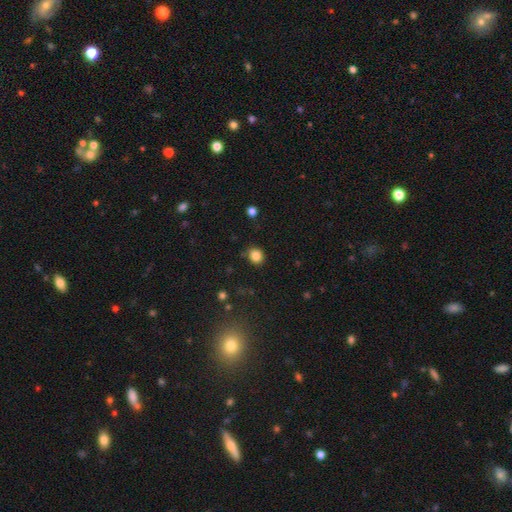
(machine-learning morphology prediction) A smooth galaxy with no disk features (85%) that is round (74%). Merging: none (83%).